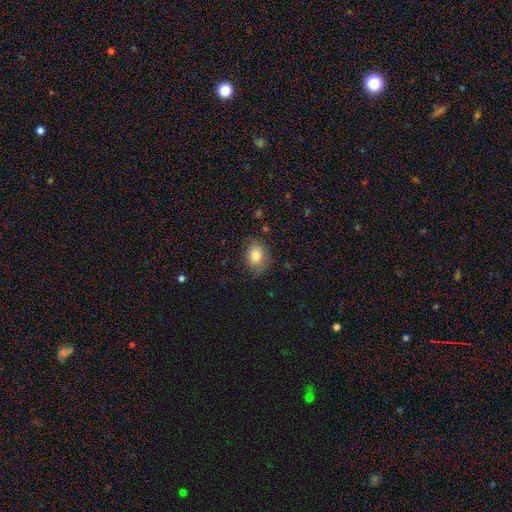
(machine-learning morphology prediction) A smooth galaxy with no disk features (79%) that is in between round and cigar-shaped (67%). Merging: none (73%).